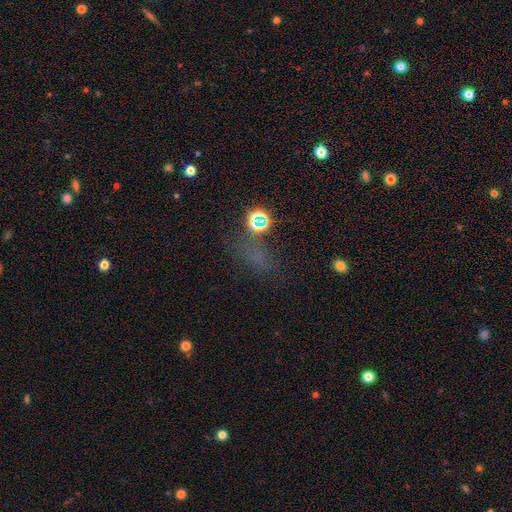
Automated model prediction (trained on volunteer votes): This appears to be a smooth galaxy with no disk features (49%). Merging: none (56%).